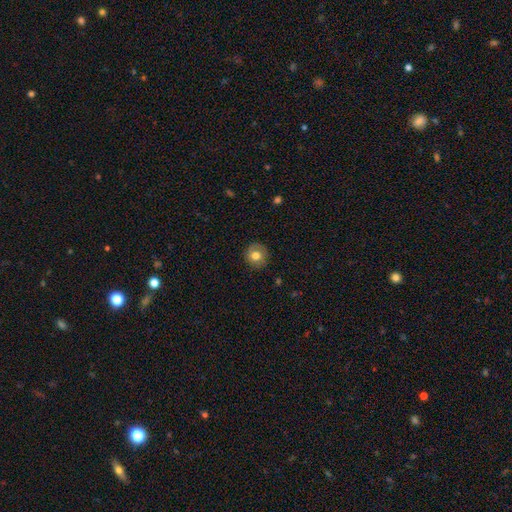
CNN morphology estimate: smooth_or_featured: smooth (p=0.74) [alt: featured or disk p=0.17]
how_rounded: round (p=0.91) [alt: in between p=0.08]
merging: none (p=0.84) [alt: minor disturbance p=0.12]